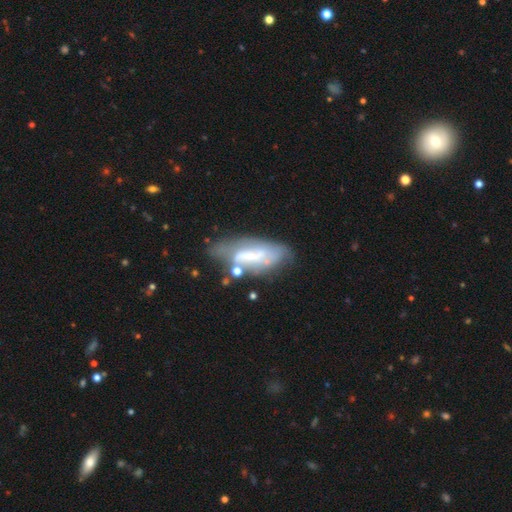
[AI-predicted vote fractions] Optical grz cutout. It shows a featured or disk galaxy (58%). Merging: none (52%).